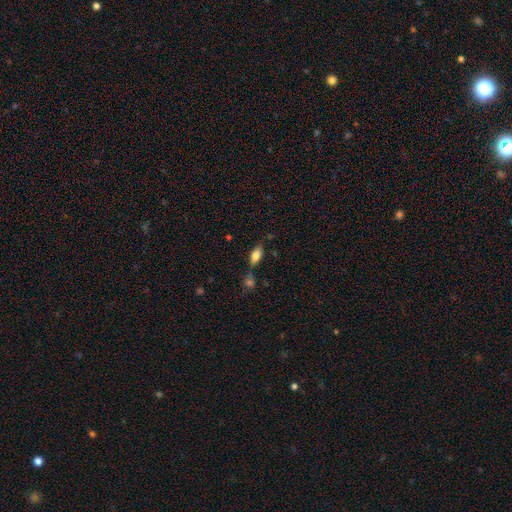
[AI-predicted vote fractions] This appears to be a smooth galaxy with no disk features (75%) that is in between round and cigar-shaped (85%). Merging: none (62%).